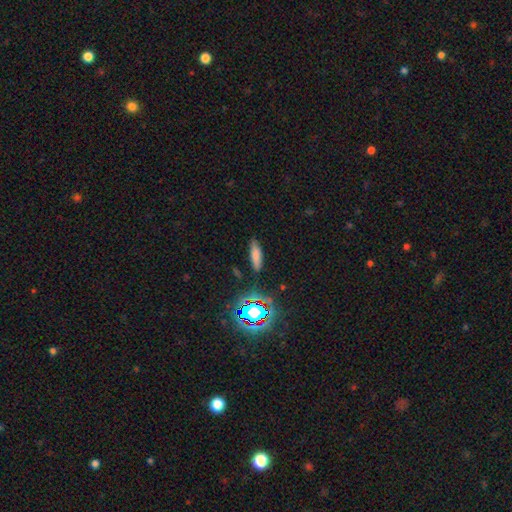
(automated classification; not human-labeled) Q: Smooth or featured?
A: smooth (74%); runner-up: star or artifact (16%)
Q: How rounded?
A: cigar-shaped (57%); runner-up: in between (40%)
Q: Merging?
A: none (83%); runner-up: minor disturbance (12%)